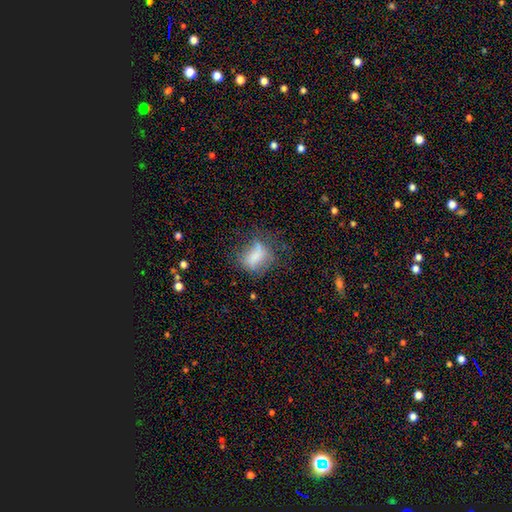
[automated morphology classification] type=smooth (61%); roundness=in between (73%); merging=none (35%).